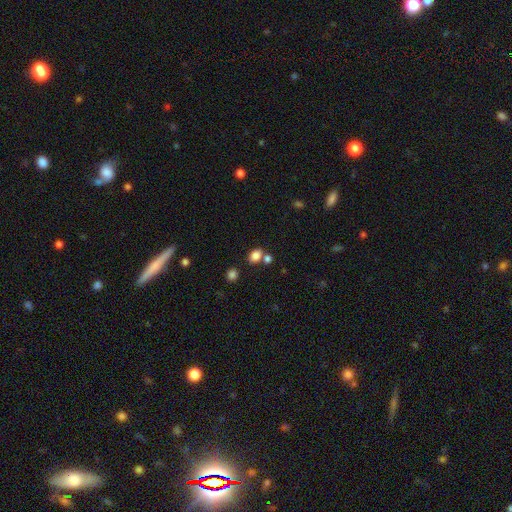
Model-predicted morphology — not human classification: This appears to be a smooth galaxy with no disk features (83%) that is in between round and cigar-shaped (66%). Merging: none (62%).